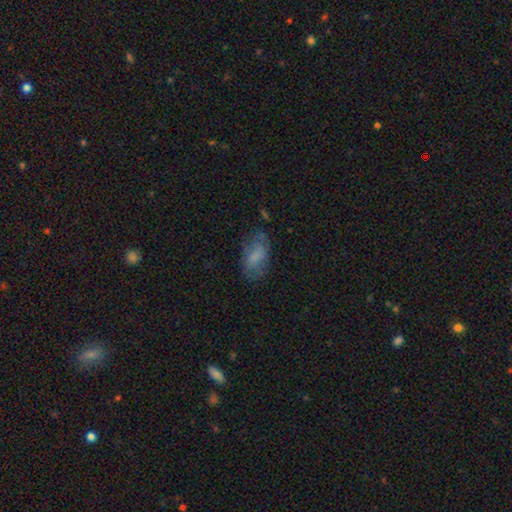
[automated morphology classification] smooth 63%, featured or disk 28%, star or artifact 10%. Down the decision tree: how rounded — in between (90%); merging — none (58%).